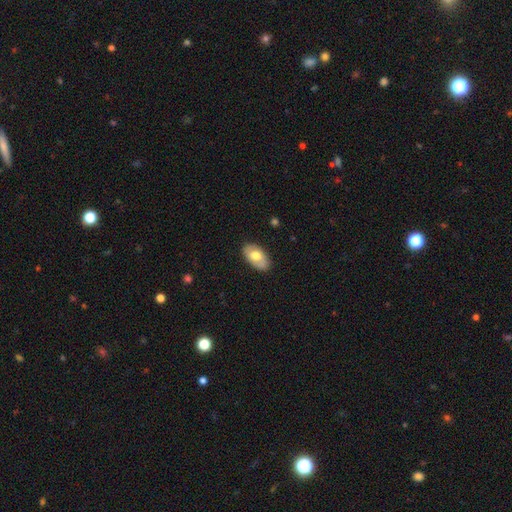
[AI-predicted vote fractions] smooth-or-featured: smooth: 59% | featured or disk: 36% | star or artifact: 6%
  how-rounded: in between: 93% | round: 5% | cigar-shaped: 2%
  merging: none: 84% | minor disturbance: 12% | major disturbance: 3% | merger: 1%